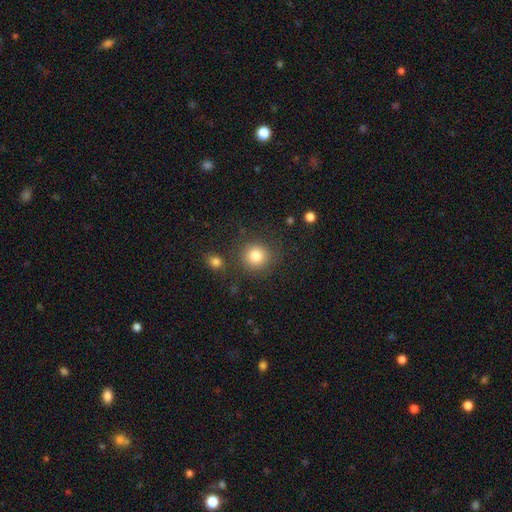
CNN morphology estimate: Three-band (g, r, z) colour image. It shows a smooth galaxy with no disk features (84%) that is round (90%). Merging: none (81%).